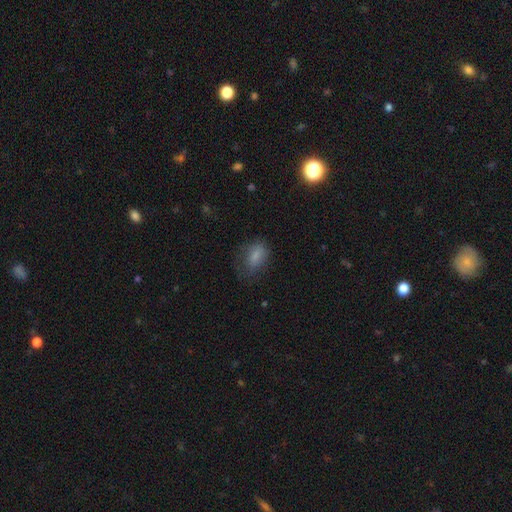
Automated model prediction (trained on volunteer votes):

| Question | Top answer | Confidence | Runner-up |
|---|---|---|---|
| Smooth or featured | smooth | 79% | featured or disk (12%) |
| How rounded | in between | 84% | round (9%) |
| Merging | none | 58% | minor disturbance (26%) |